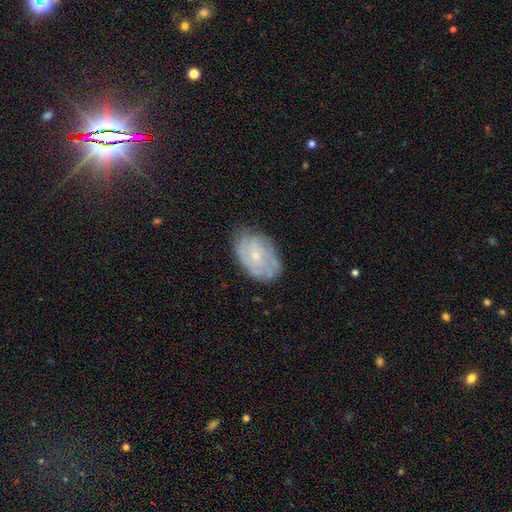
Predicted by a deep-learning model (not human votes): A featured or disk galaxy (66%) with no bar (75%), tight (63%) spiral arms (80%) and a small central bulge (74%).

Vote fractions:
- Smooth or featured? featured or disk: 66% / smooth: 27% / star or artifact: 7%
- Edge-on disk? no: 96% / yes: 4%
- Bar? no: 75% / weak: 22% / strong: 3%
- Spiral arms? yes: 80% / no: 20%
- Spiral winding? tight: 63% / medium: 27% / loose: 9%
- Spiral arm count? can't tell: 55% / 2: 18% / 3: 11% / 4: 7% / 1: 4% / more than 4: 4%
- Bulge size? small: 74% / moderate: 22% / none: 3% / large: 1% / dominant: 1%
- Merging? none: 72% / minor disturbance: 21% / major disturbance: 5% / merger: 1%